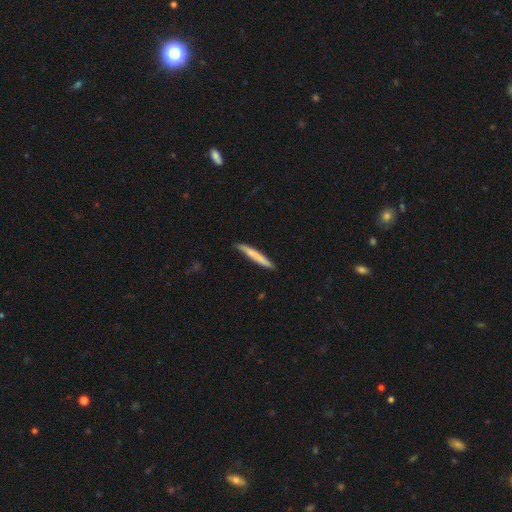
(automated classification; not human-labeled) Overall: smooth (71%). How rounded: cigar-shaped (96%). Merging: none (88%).